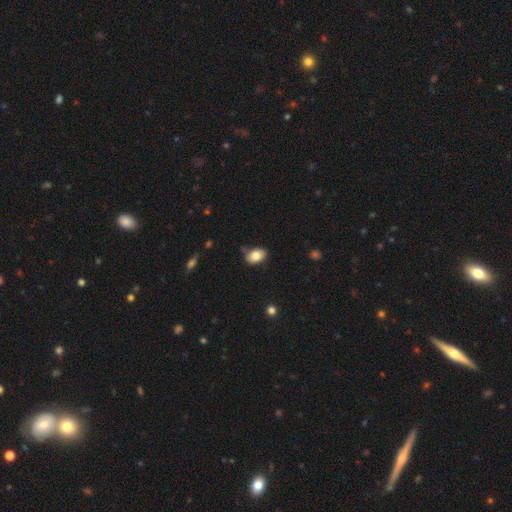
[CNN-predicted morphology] Smooth or featured: smooth — 82% (featured or disk — 10%)
How rounded: in between — 86% (round — 13%)
Merging: none — 73% (minor disturbance — 19%)